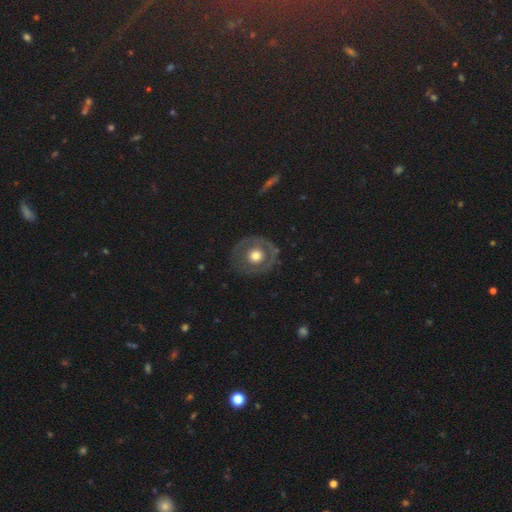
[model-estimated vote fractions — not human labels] Morphology: type=featured or disk (49%); merging=none (79%).